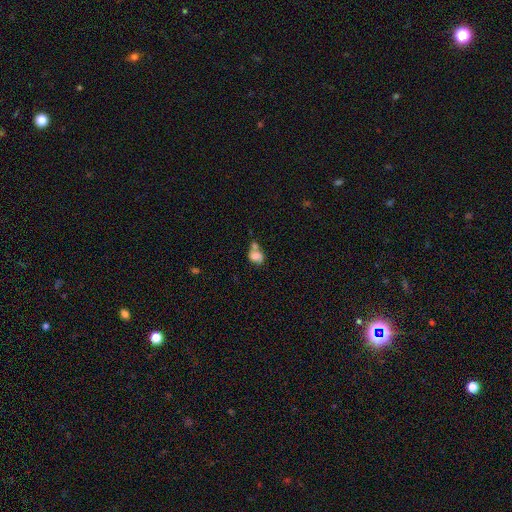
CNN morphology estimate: type=smooth (77%); roundness=in between (63%); merging=merger (54%).